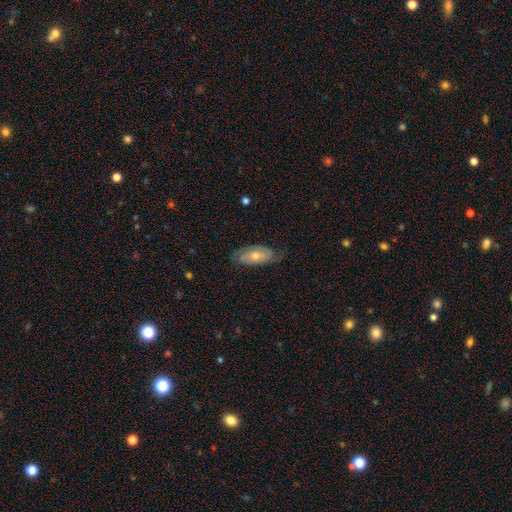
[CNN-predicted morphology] Smooth or featured? featured or disk (65%)
Edge-on disk? no (88%)
Bar? no (72%)
Spiral arms? yes (84%)
Bulge size? moderate (59%)
Merging? none (75%)